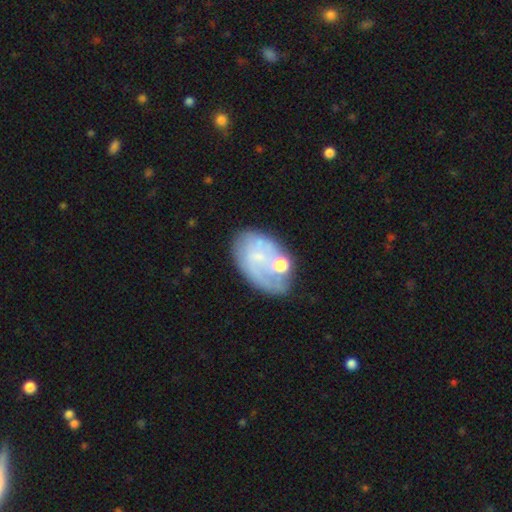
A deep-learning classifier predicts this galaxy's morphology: Overall: featured or disk (56%; smooth 33%). Edge-on disk: no (96%). Bar: no (75%). Spiral arms: yes (53%; no 47%). Bulge size: small (56%; moderate 24%). Merging: none (52%; minor disturbance 21%).